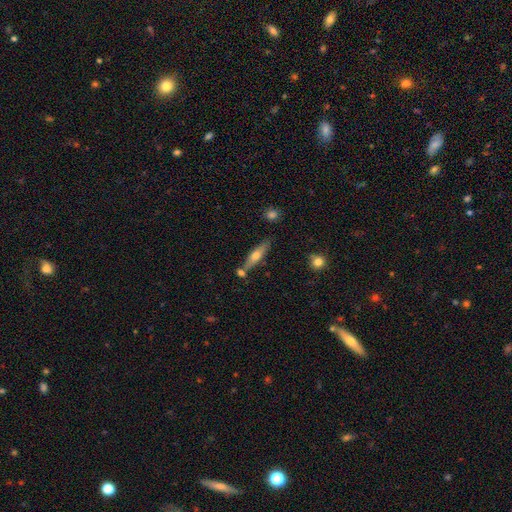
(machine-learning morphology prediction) Smooth or featured? Predicted: smooth (p=0.52). How rounded? Predicted: cigar-shaped (p=0.72). Merging? Predicted: none (p=0.71).